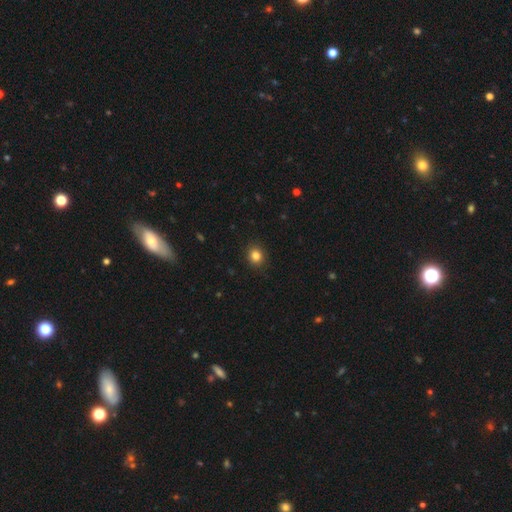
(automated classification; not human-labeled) Smooth or featured? smooth (84%)
How rounded? round (77%)
Merging? none (90%)